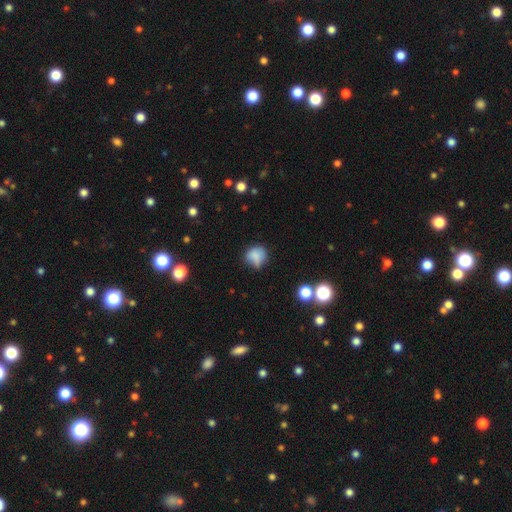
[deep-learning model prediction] Q: Smooth or featured?
A: smooth (81%); runner-up: star or artifact (11%)
Q: How rounded?
A: round (75%); runner-up: in between (24%)
Q: Merging?
A: none (56%); runner-up: minor disturbance (32%)